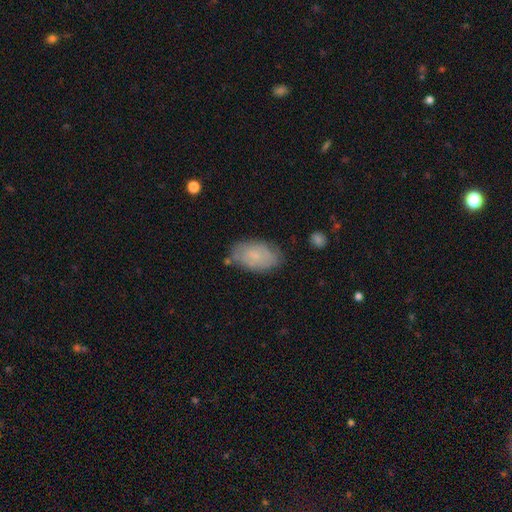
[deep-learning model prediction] Smooth or featured?
  - smooth: 63% *
  - featured or disk: 30%
  - star or artifact: 8%
How rounded?
  - in between: 93% *
  - round: 5%
  - cigar-shaped: 2%
Merging?
  - none: 70% *
  - minor disturbance: 21%
  - major disturbance: 5%
  - merger: 3%